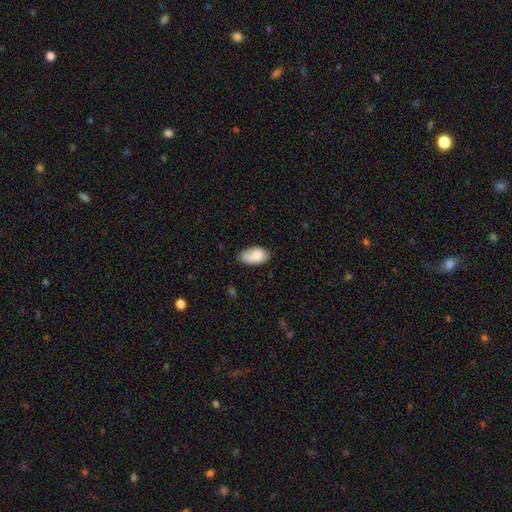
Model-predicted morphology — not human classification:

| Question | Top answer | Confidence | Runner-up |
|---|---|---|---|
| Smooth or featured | smooth | 82% | featured or disk (10%) |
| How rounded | in between | 93% | round (5%) |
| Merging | none | 58% | minor disturbance (31%) |